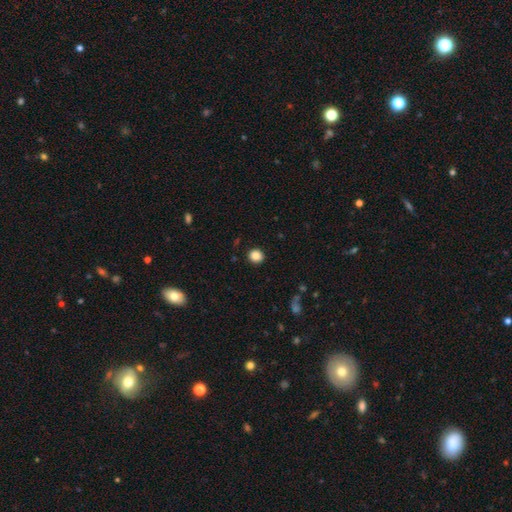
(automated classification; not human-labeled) The model was most divided on "how rounded": round: 83%, in between: 16%, cigar-shaped: 1%. More confident: merging — none (91%); smooth or featured — smooth (87%).